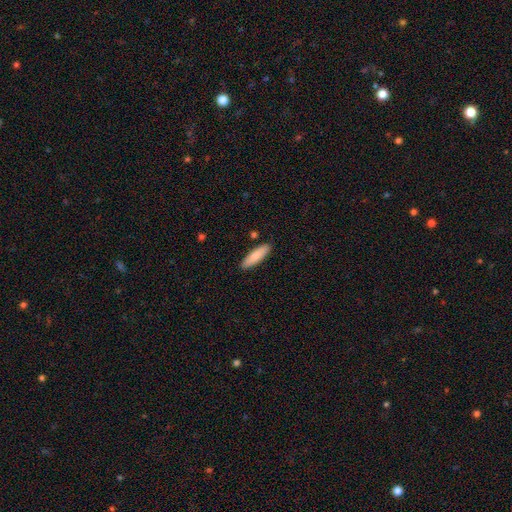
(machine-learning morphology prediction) smooth_or_featured: smooth (p=0.83) [alt: featured or disk p=0.12]
how_rounded: cigar-shaped (p=0.65) [alt: in between p=0.34]
merging: none (p=0.89) [alt: minor disturbance p=0.08]